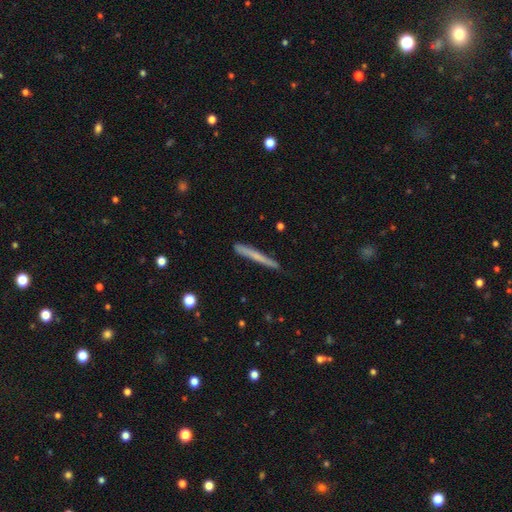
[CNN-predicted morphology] A smooth galaxy with no disk features (59%) that is cigar-shaped (97%). Merging: none (86%).